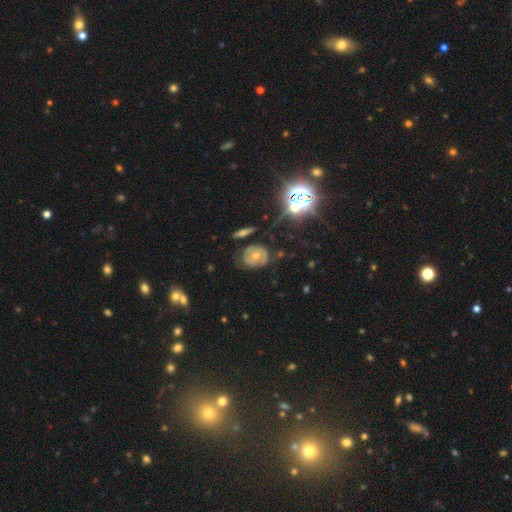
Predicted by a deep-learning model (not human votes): This appears to be a featured or disk galaxy (51%). Merging: none (69%).